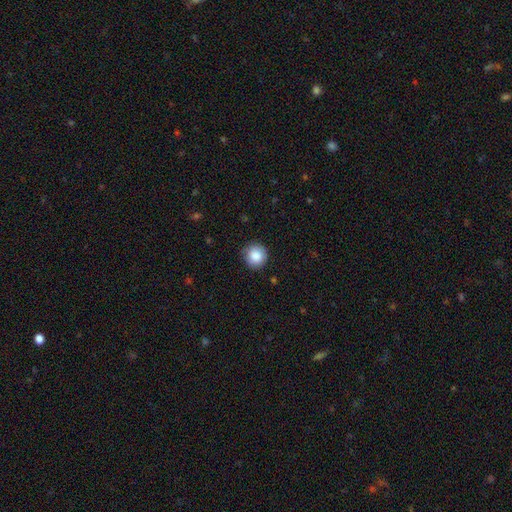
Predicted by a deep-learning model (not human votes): The model was most divided on "merging": none: 86%, minor disturbance: 11%, major disturbance: 2%, merger: 1%. More confident: how rounded — round (93%); smooth or featured — smooth (87%).